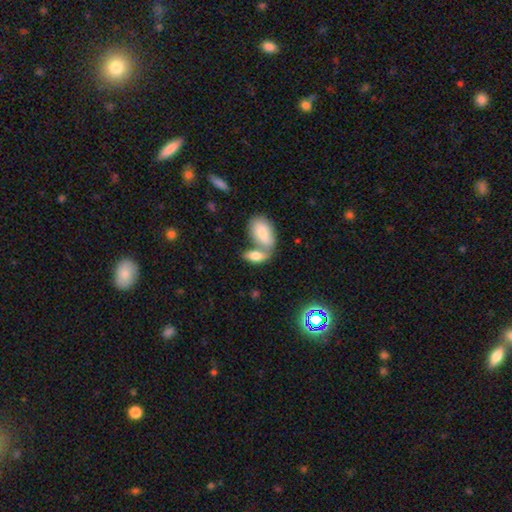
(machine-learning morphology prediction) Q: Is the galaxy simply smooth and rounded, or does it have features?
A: smooth — 76%.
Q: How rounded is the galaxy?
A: in between — 87%.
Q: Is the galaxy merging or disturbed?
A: merger — 55%.